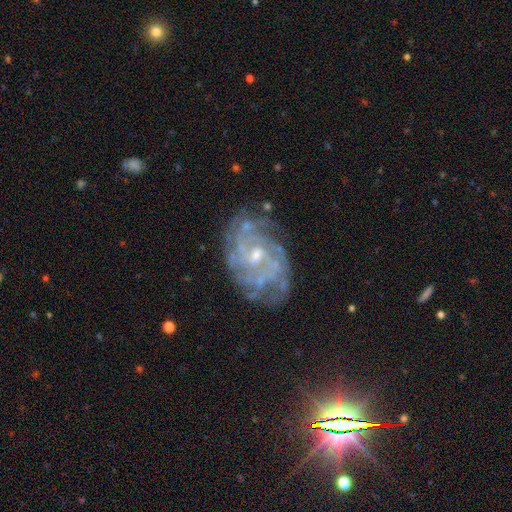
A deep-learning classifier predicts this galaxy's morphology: featured or disk 87%, star or artifact 7%, smooth 6%. Down the decision tree: edge-on disk — no (97%); bar — no (51%); spiral arms — yes (93%); spiral arm count — can't tell (41%); spiral winding — tight (61%); bulge size — small (54%); merging — none (68%).